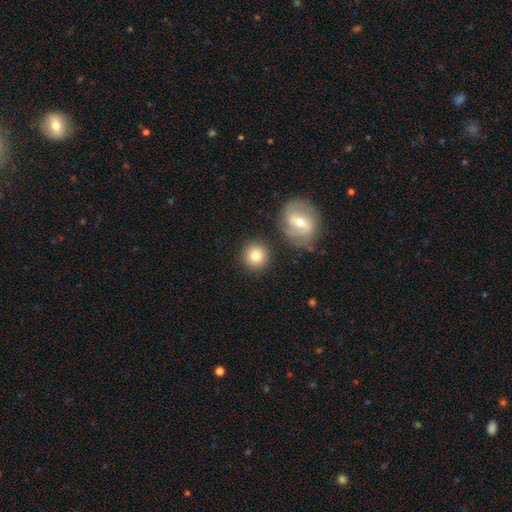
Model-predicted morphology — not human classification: Smooth or featured?
  - smooth: 80% *
  - featured or disk: 12%
  - star or artifact: 8%
How rounded?
  - round: 91% *
  - in between: 8%
  - cigar-shaped: 1%
Merging?
  - none: 83% *
  - minor disturbance: 8%
  - merger: 6%
  - major disturbance: 3%